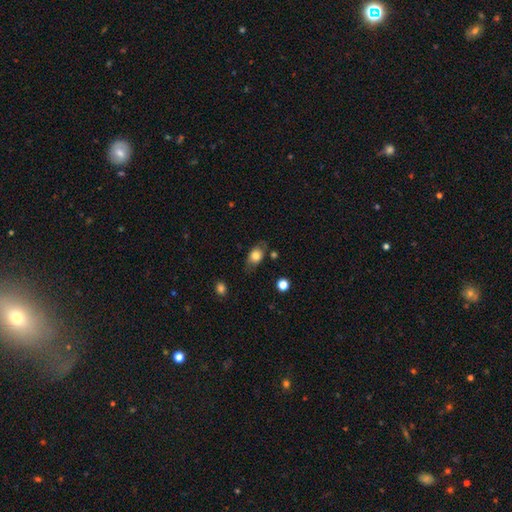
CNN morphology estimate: Overall: smooth (77%). How rounded: in between (77%). Merging: none (70%).